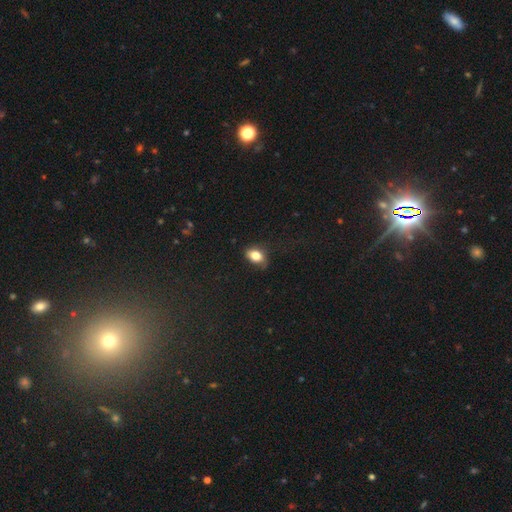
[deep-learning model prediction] Q: Smooth or featured?
A: smooth (80%); runner-up: featured or disk (11%)
Q: How rounded?
A: in between (83%); runner-up: round (15%)
Q: Merging?
A: none (67%); runner-up: minor disturbance (24%)